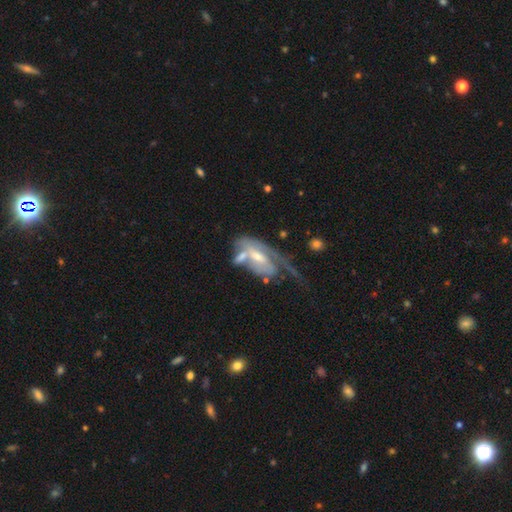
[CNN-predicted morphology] A featured or disk galaxy (74%) with no bar (44%), spiral arms (73%) and a moderate central bulge (52%). Merging: major disturbance (34%).